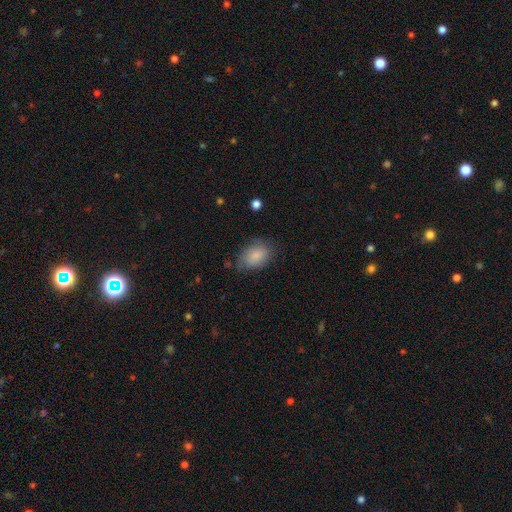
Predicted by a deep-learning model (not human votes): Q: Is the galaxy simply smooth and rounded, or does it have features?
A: smooth — 84%.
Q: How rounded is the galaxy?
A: in between — 78%.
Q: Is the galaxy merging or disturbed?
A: none — 66%.